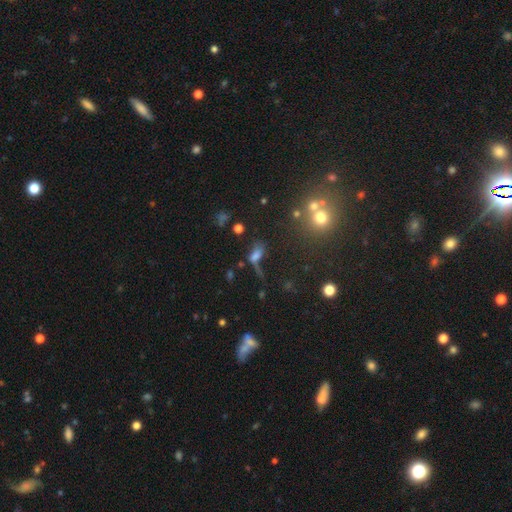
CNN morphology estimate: A smooth galaxy with no disk features (56%) that is in between round and cigar-shaped (71%). Merging: none (32%).